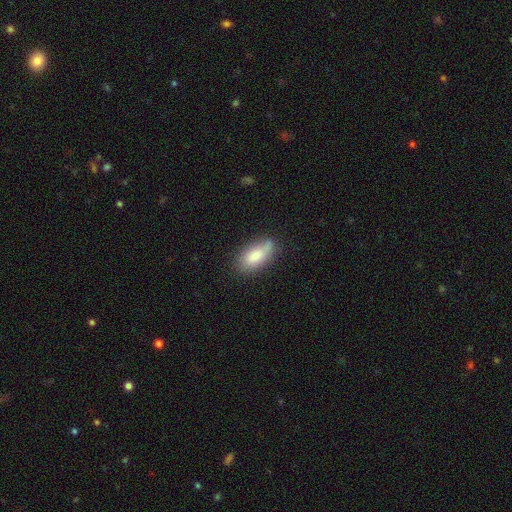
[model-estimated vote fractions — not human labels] Q: Smooth or featured?
A: smooth (81%); runner-up: featured or disk (12%)
Q: How rounded?
A: in between (88%); runner-up: cigar-shaped (9%)
Q: Merging?
A: none (65%); runner-up: minor disturbance (25%)